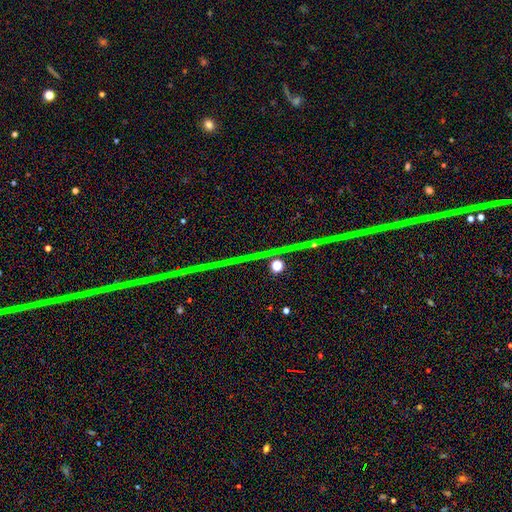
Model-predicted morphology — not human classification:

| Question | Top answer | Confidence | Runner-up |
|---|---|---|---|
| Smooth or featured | star or artifact | 88% | featured or disk (7%) |